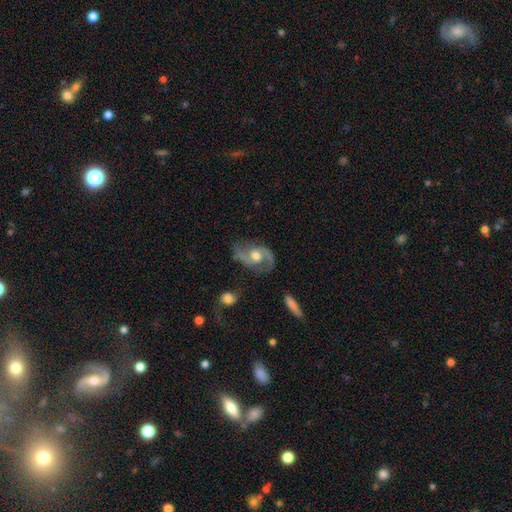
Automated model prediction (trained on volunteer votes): A featured or disk galaxy (85%) with no bar (58%), 2 (90%) medium (51%) spiral arms (94%) and a moderate central bulge (71%). Merging: none (69%).